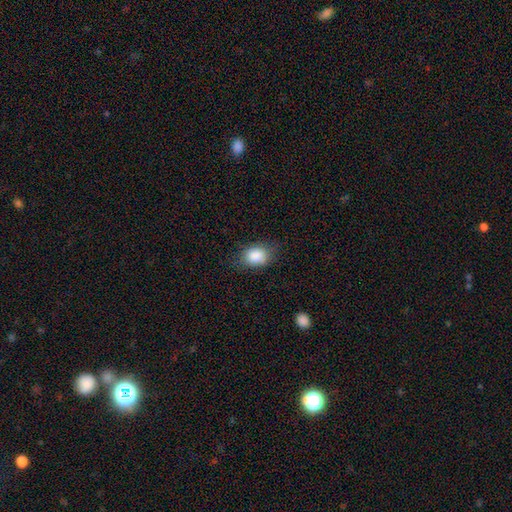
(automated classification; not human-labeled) smooth 87%, star or artifact 8%, featured or disk 5%. Down the decision tree: how rounded — in between (71%); merging — none (74%).